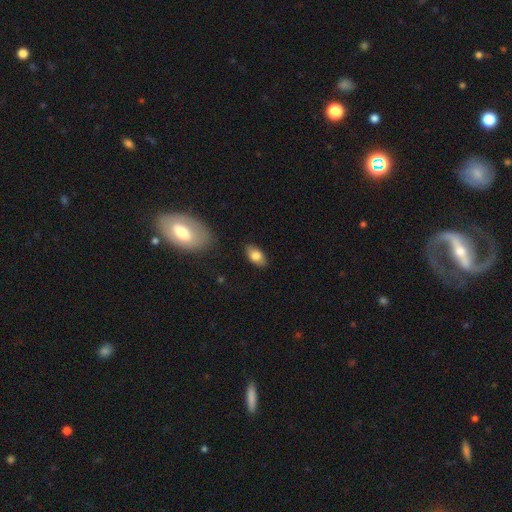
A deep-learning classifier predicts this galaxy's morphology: Smooth or featured?
  - smooth: 80% *
  - featured or disk: 13%
  - star or artifact: 7%
How rounded?
  - in between: 91% *
  - round: 6%
  - cigar-shaped: 3%
Merging?
  - none: 85% *
  - minor disturbance: 11%
  - major disturbance: 2%
  - merger: 2%